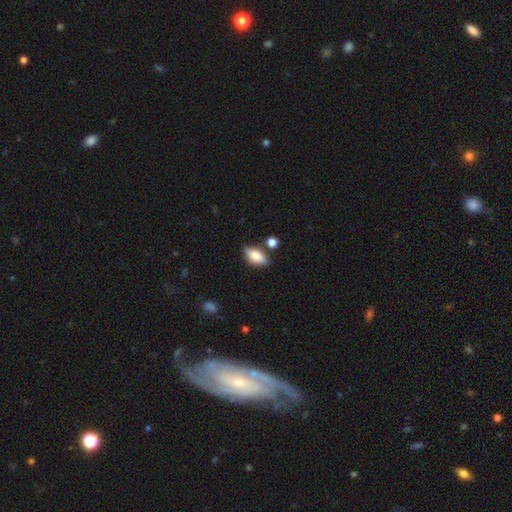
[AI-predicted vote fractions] smooth 76%, featured or disk 16%, star or artifact 8%. Down the decision tree: how rounded — in between (83%); merging — none (75%).